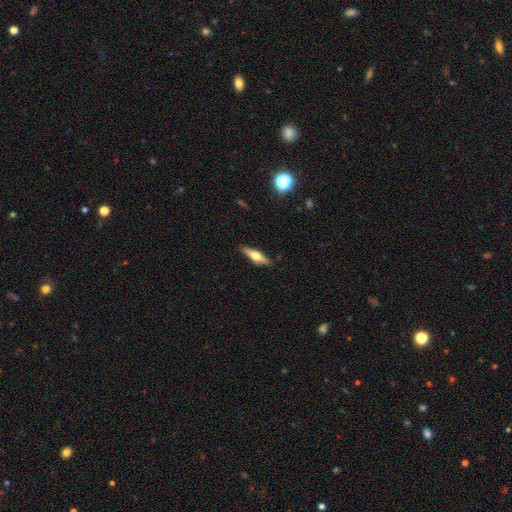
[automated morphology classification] smooth_or_featured: featured or disk (p=0.49) [alt: smooth p=0.45]
merging: none (p=0.87) [alt: minor disturbance p=0.10]